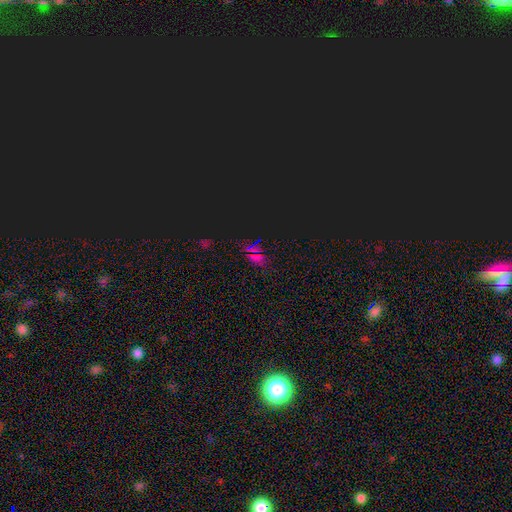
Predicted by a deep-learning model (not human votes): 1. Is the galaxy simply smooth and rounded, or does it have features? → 66% star or artifact, 27% smooth, 7% featured or disk.